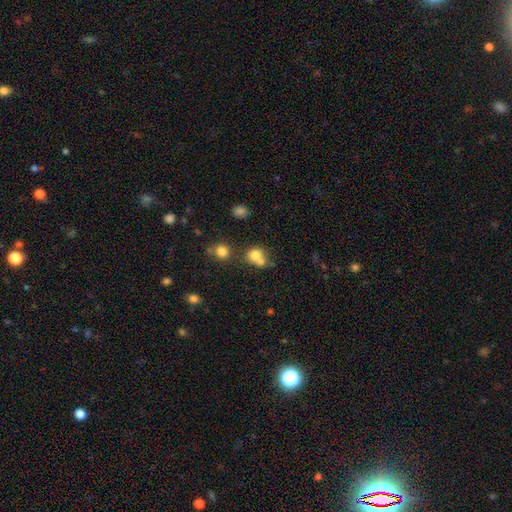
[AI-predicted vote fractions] This appears to be a smooth galaxy with no disk features (75%) that is round (78%). Merging: merger (49%).